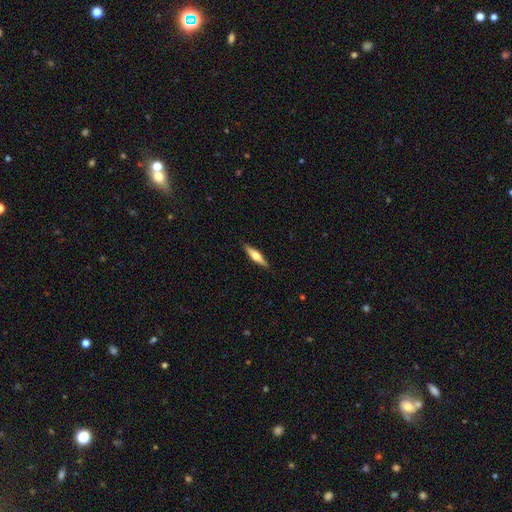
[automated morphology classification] Overall: featured or disk (54%; smooth 40%). Edge-on disk: yes (96%). Edge-on bulge: rounded (91%). Merging: none (90%).